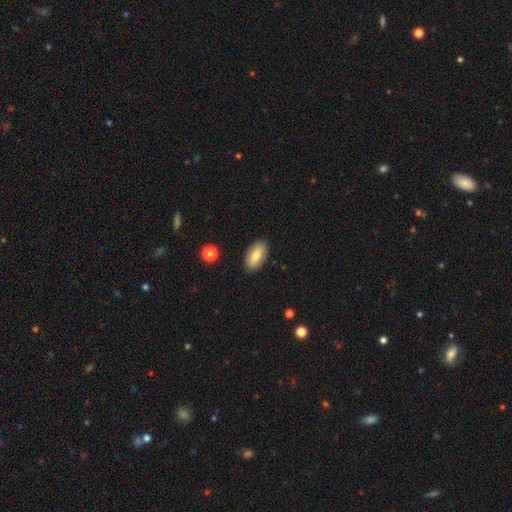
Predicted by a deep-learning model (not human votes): A smooth galaxy with no disk features (76%) that is in between round and cigar-shaped (93%). Merging: none (88%).